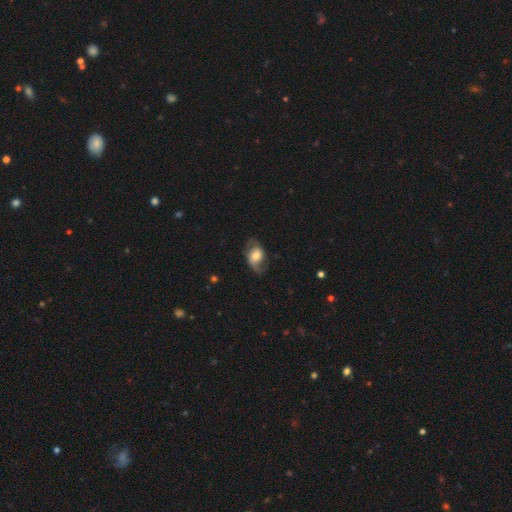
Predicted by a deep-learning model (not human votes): Morphology: type=featured or disk (57%); edge-on=no (95%); bar=no (57%); spiral arms=yes (82%); bulge=moderate (55%); merging=none (66%).